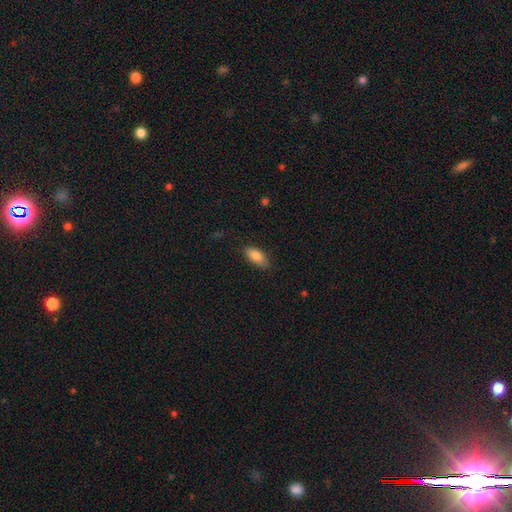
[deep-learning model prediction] A smooth galaxy with no disk features (81%) that is in between round and cigar-shaped (84%). Merging: none (81%).